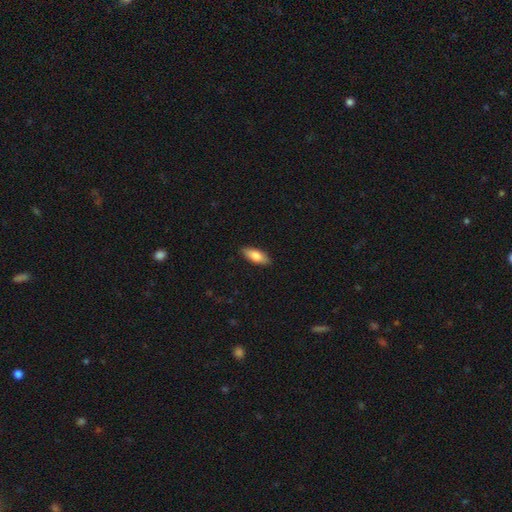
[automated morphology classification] This is likely a smooth galaxy (79%). How rounded: likely in between (75%). Merging: clearly none (88%).